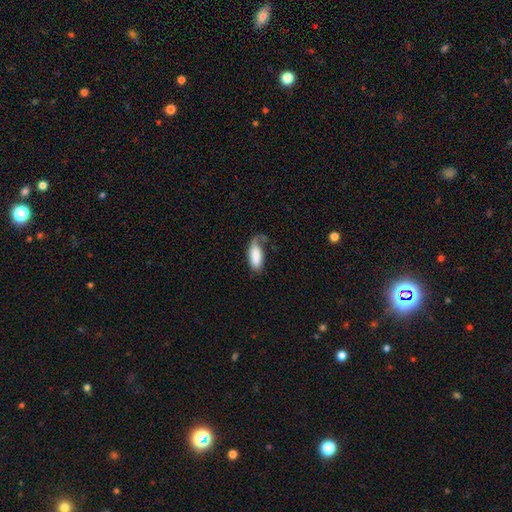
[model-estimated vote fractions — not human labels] Morphology: type=smooth (77%); roundness=in between (84%); merging=none (34%).